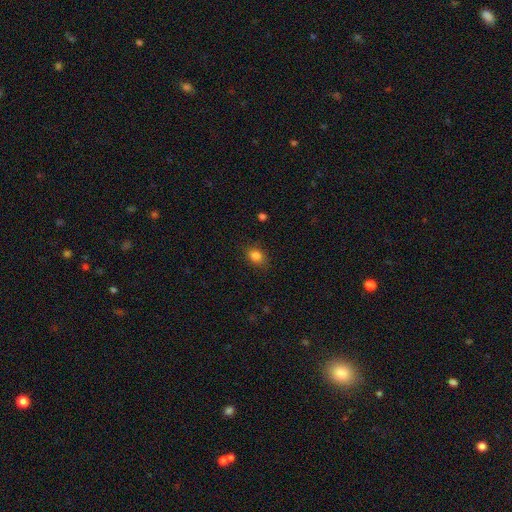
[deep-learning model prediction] smooth-or-featured: smooth: 83% | star or artifact: 11% | featured or disk: 5%
  how-rounded: in between: 59% | round: 40% | cigar-shaped: 1%
  merging: none: 83% | minor disturbance: 13% | major disturbance: 3% | merger: 1%